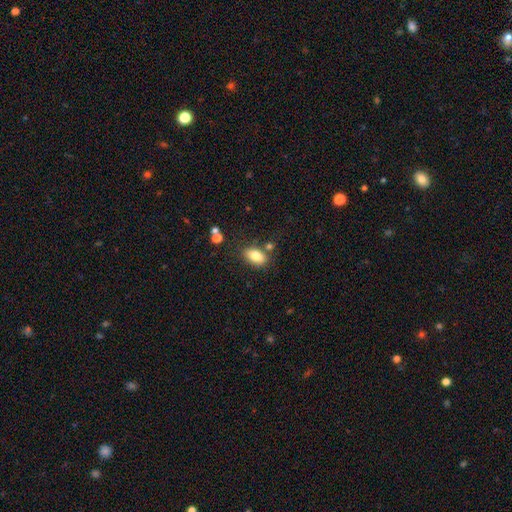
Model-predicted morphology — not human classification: This is clearly a smooth galaxy (81%). How rounded: clearly in between (89%). Merging: likely none (75%).